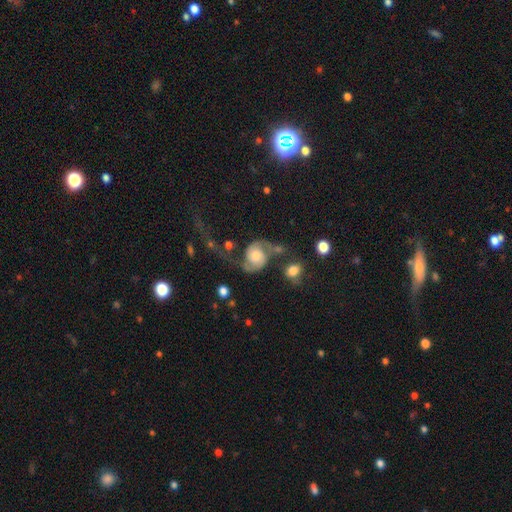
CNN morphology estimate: Overall: featured or disk (80%). Edge-on disk: no (98%). Bar: no (70%). Spiral arms: yes (95%). Spiral arm count: 2 (91%). Spiral winding: loose (45%; medium 41%). Bulge size: moderate (54%; small 20%). Merging: none (44%; major disturbance 22%).